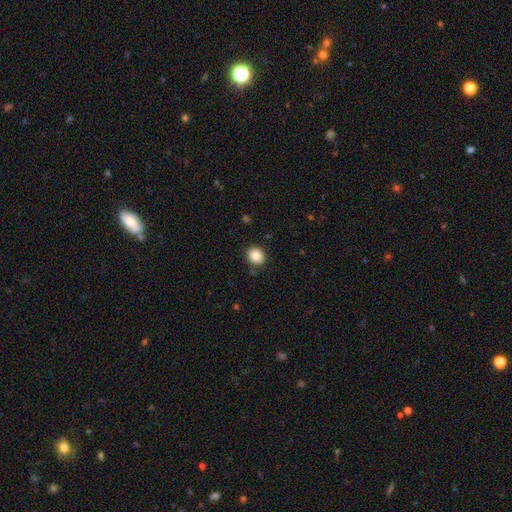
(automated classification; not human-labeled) Overall: smooth (86%). How rounded: round (63%; in between 36%). Merging: none (89%).